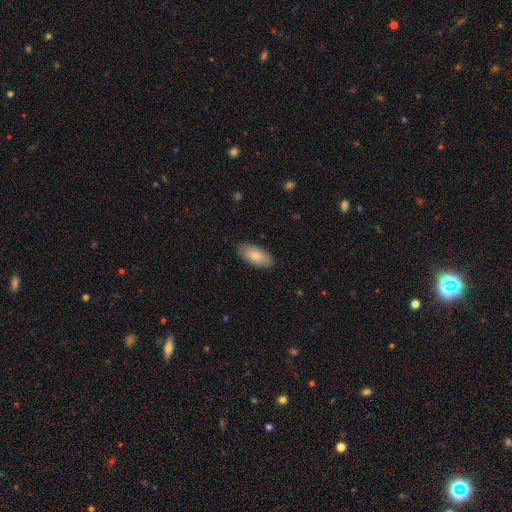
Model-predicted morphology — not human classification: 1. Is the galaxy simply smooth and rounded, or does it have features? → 81% smooth, 14% featured or disk, 6% star or artifact.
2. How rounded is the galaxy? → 92% in between, 6% cigar-shaped, 2% round.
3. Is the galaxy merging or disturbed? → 86% none, 11% minor disturbance, 2% major disturbance, 1% merger.